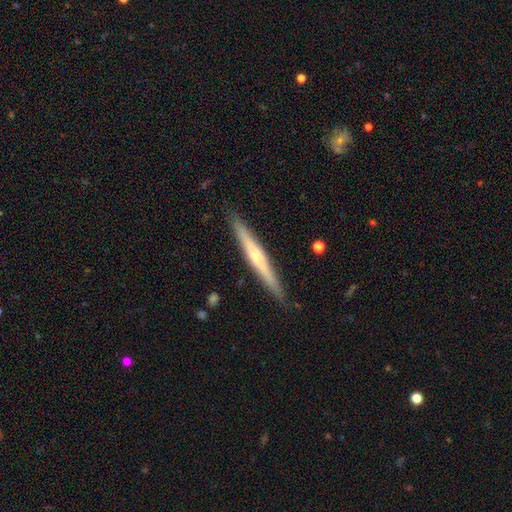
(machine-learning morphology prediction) smooth_or_featured: featured or disk (p=0.59) [alt: smooth p=0.35]
disk_edge_on: yes (p=0.97) [alt: no p=0.03]
edge_on_bulge: rounded (p=0.63) [alt: none p=0.30]
merging: none (p=0.90) [alt: minor disturbance p=0.07]